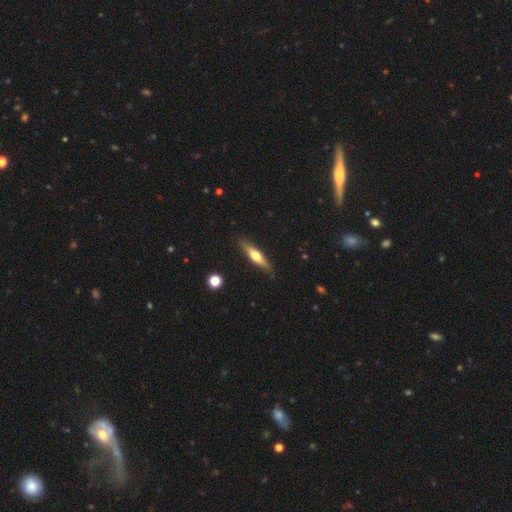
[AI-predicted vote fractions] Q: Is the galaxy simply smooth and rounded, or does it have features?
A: featured or disk — 47%, tied with smooth.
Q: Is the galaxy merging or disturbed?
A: none — 87%.